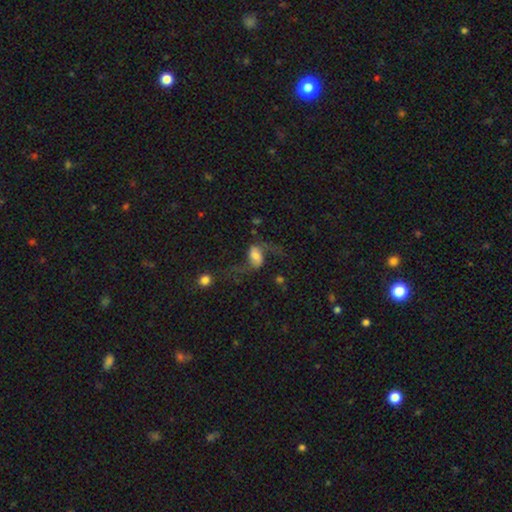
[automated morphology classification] type=featured or disk (60%); edge-on=no (96%); bar=weak (42%); spiral arms=yes (87%); winding=loose (88%); arm count=2 (90%); bulge=moderate (34%); merging=none (45%).